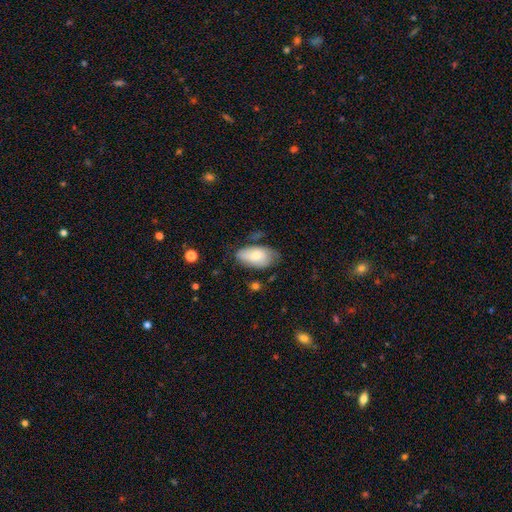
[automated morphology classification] A smooth galaxy with no disk features (73%) that is in between round and cigar-shaped (94%). Merging: none (59%).